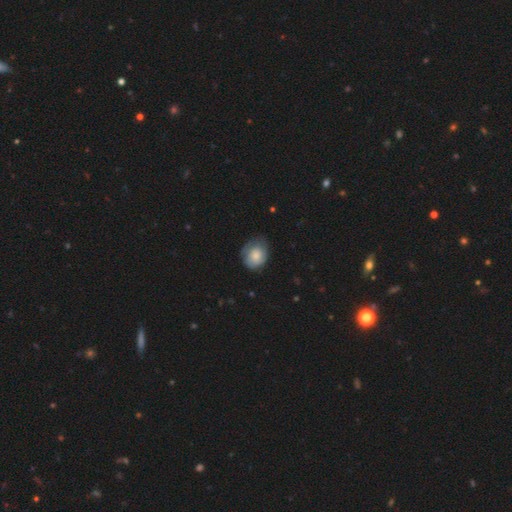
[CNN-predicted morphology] smooth 70%, featured or disk 23%, star or artifact 6%. Down the decision tree: how rounded — round (56%); merging — none (60%).